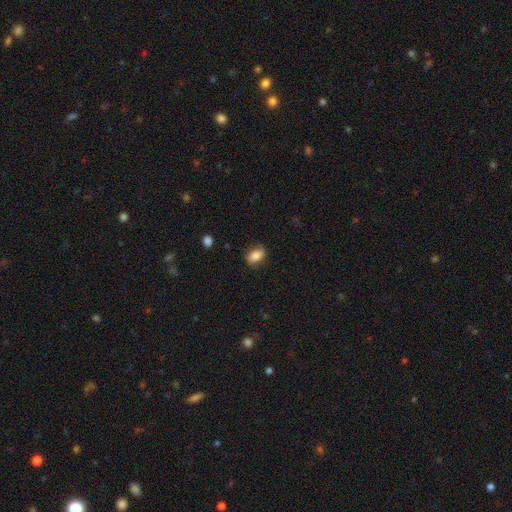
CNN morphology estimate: smooth_or_featured: smooth (p=0.83) [alt: featured or disk p=0.09]
how_rounded: in between (p=0.86) [alt: round p=0.11]
merging: none (p=0.80) [alt: minor disturbance p=0.15]